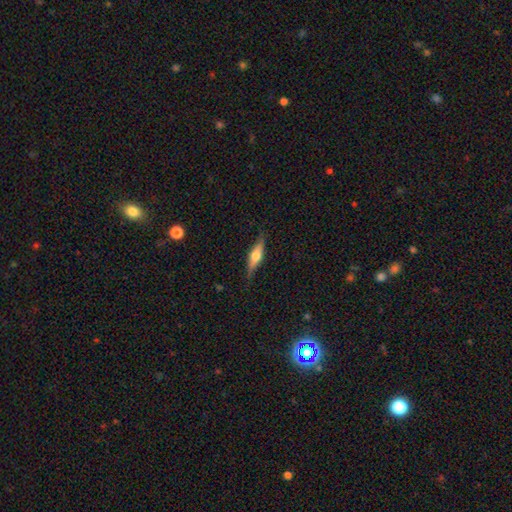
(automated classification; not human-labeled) A featured or disk galaxy (62%) viewed edge-on (96%) with a rounded central bulge (92%). Merging: none (85%).